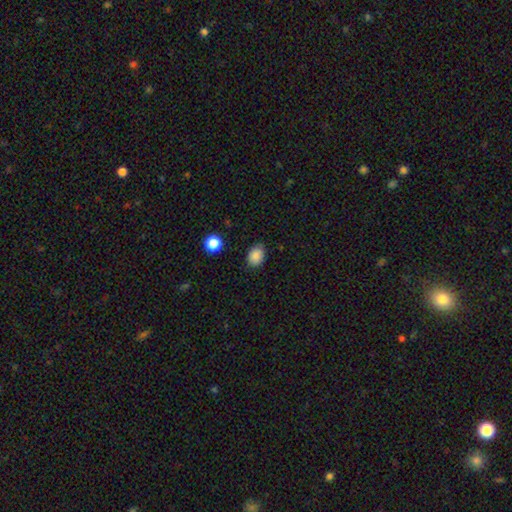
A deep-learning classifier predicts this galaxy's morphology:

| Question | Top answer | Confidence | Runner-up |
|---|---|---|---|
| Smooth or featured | smooth | 86% | star or artifact (9%) |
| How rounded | in between | 64% | round (35%) |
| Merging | none | 78% | minor disturbance (18%) |